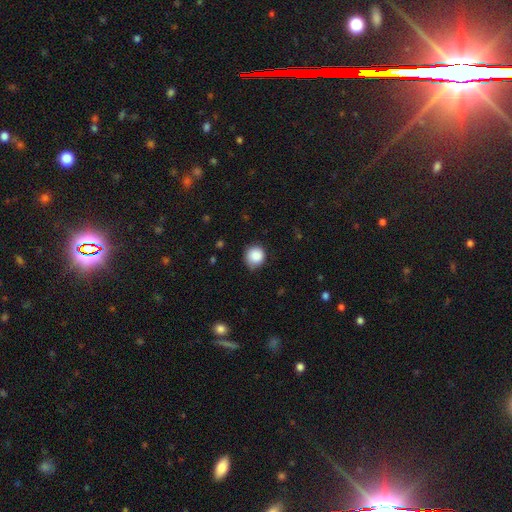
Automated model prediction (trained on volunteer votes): Smooth or featured: smooth — 87% (star or artifact — 9%)
How rounded: round — 89% (in between — 10%)
Merging: none — 75% (minor disturbance — 20%)